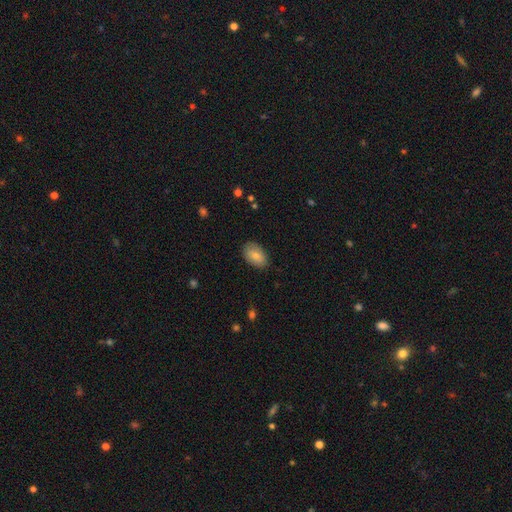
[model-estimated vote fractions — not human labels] smooth_or_featured: smooth (p=0.79) [alt: featured or disk p=0.14]
how_rounded: in between (p=0.90) [alt: round p=0.08]
merging: none (p=0.83) [alt: minor disturbance p=0.13]